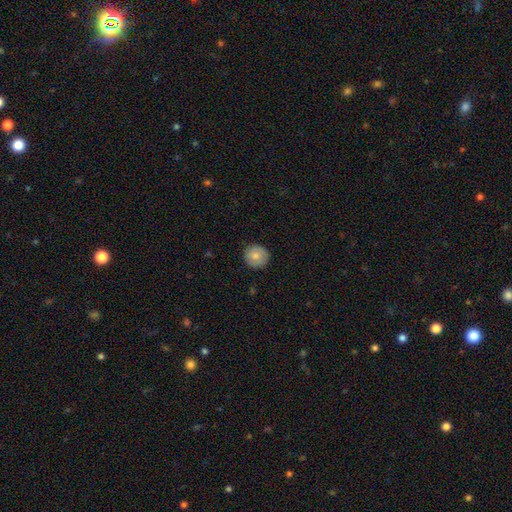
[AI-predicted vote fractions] smooth_or_featured: smooth (p=0.77) [alt: featured or disk p=0.16]
how_rounded: round (p=0.92) [alt: in between p=0.07]
merging: none (p=0.87) [alt: minor disturbance p=0.10]